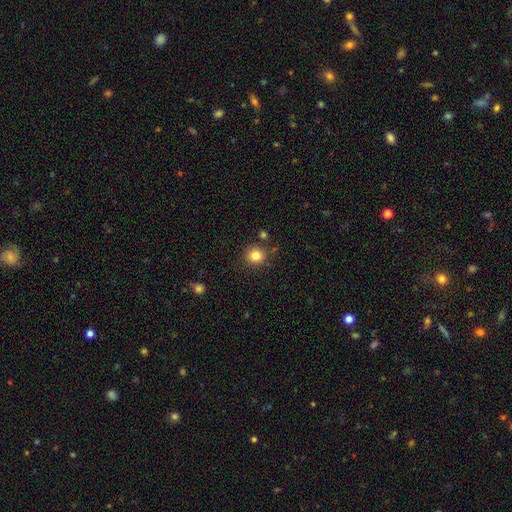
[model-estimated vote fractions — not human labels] The model was most divided on "smooth or featured": smooth: 83%, star or artifact: 11%, featured or disk: 6%. More confident: how rounded — round (91%); merging — none (86%).